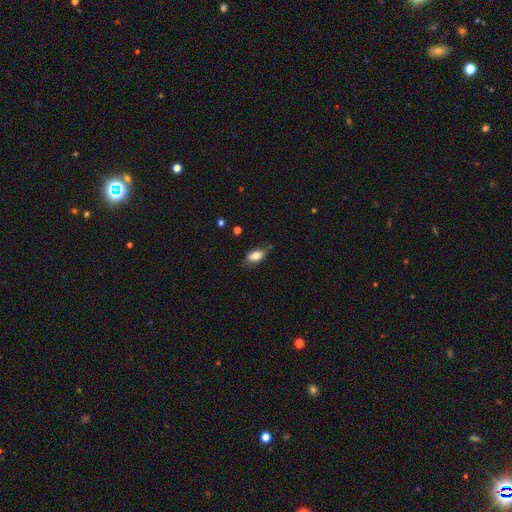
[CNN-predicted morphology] A smooth galaxy with no disk features (81%) that is in between round and cigar-shaped (89%). Merging: none (71%).